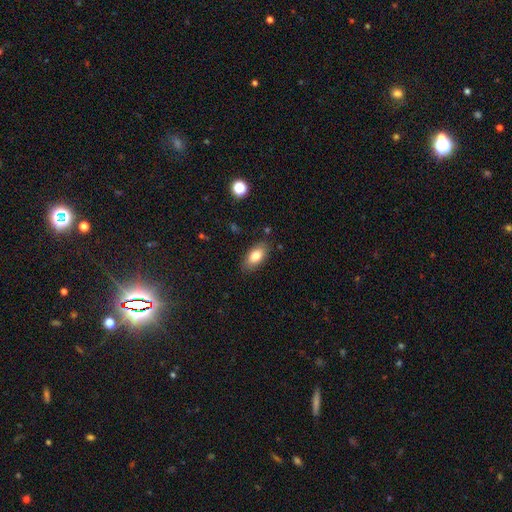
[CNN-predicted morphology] smooth_or_featured: smooth (p=0.79) [alt: featured or disk p=0.13]
how_rounded: in between (p=0.89) [alt: cigar-shaped p=0.07]
merging: none (p=0.84) [alt: minor disturbance p=0.12]